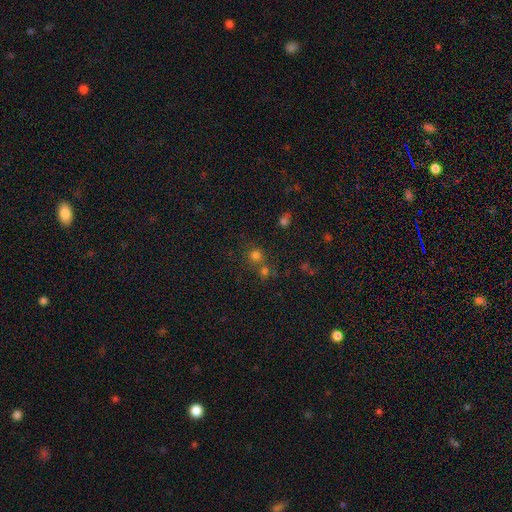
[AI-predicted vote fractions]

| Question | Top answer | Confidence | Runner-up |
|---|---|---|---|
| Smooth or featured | smooth | 71% | star or artifact (22%) |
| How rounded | round | 89% | in between (10%) |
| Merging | none | 59% | merger (30%) |